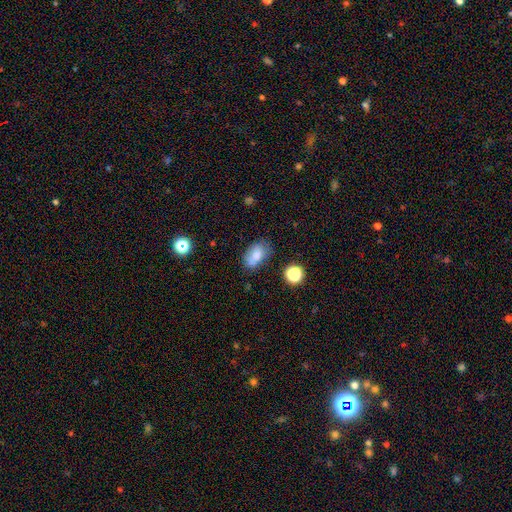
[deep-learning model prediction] This appears to be a smooth galaxy with no disk features (75%) that is in between round and cigar-shaped (88%). Merging: none (60%).